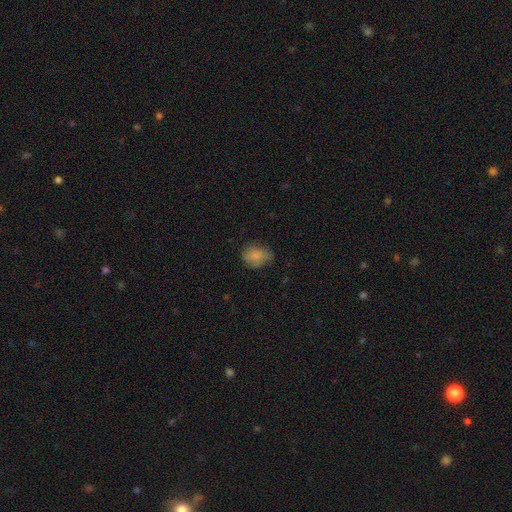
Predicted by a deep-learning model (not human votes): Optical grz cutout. It shows a smooth galaxy with no disk features (78%) that is in between round and cigar-shaped (52%). Merging: none (62%).